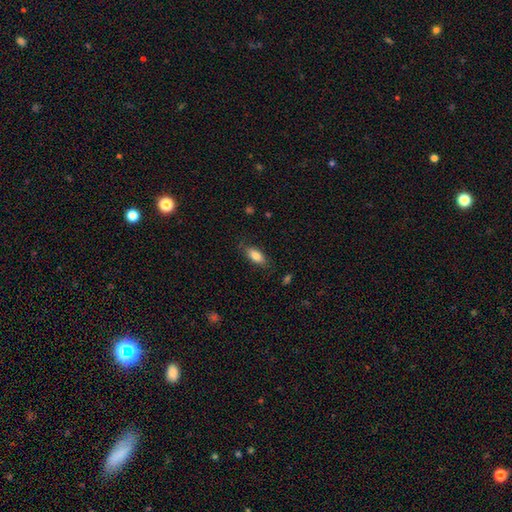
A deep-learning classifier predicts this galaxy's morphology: smooth-or-featured: smooth: 83% | featured or disk: 10% | star or artifact: 7%
  how-rounded: in between: 85% | cigar-shaped: 12% | round: 2%
  merging: none: 79% | minor disturbance: 16% | major disturbance: 4% | merger: 1%